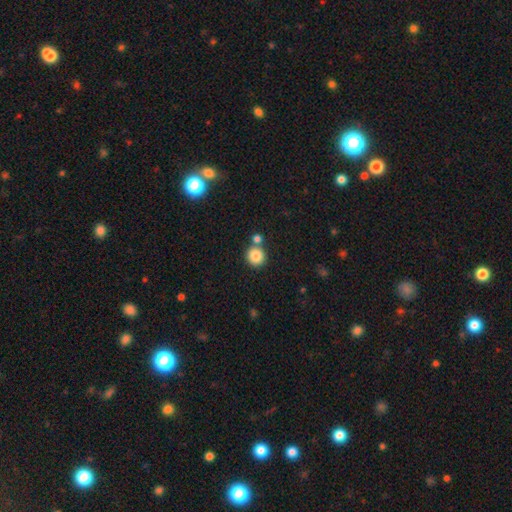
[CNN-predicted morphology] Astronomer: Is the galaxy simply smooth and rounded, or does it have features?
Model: smooth — 84%.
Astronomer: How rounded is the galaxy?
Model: round — 92%.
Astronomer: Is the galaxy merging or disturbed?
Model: none — 71%.